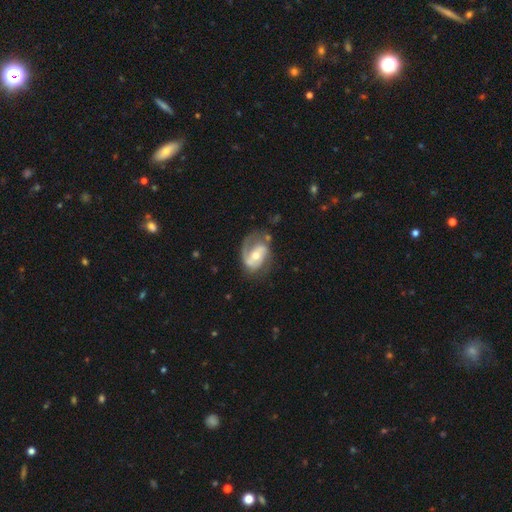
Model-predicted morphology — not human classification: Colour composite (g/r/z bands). It shows a featured or disk galaxy (80%) with a weak bar (40%), 2 (61%) medium (46%) spiral arms (91%) and a moderate central bulge (61%). Merging: none (52%).